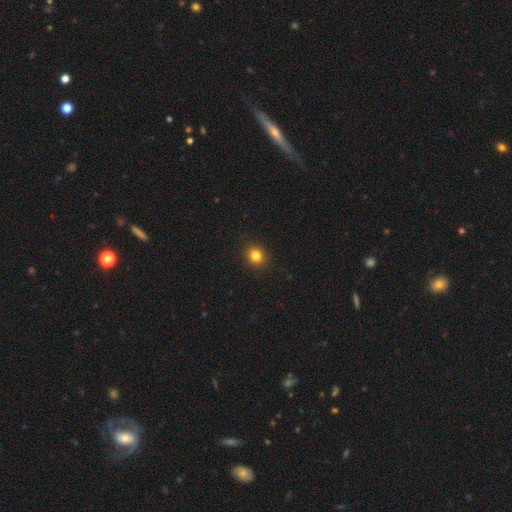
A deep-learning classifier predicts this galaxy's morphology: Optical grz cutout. It shows a smooth galaxy with no disk features (82%) that is round (81%). Merging: none (92%).